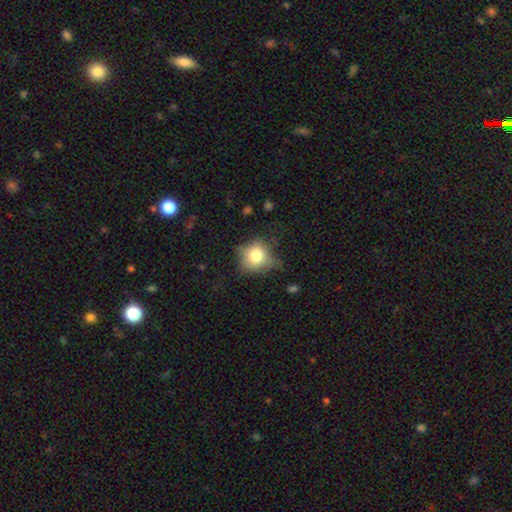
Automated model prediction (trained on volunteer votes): Smooth or featured: smooth — 72% (featured or disk — 16%)
How rounded: round — 76% (in between — 22%)
Merging: none — 59% (minor disturbance — 27%)